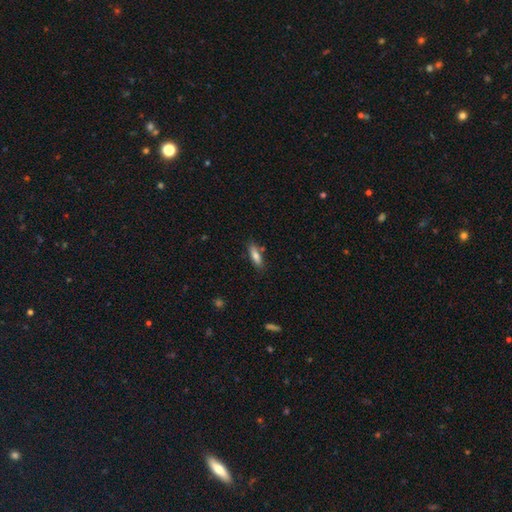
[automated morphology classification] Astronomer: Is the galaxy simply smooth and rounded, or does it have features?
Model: smooth — 78%.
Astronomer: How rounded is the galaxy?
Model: cigar-shaped — 53% (runner-up: in between, 45%).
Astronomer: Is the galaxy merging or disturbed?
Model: none — 80%.